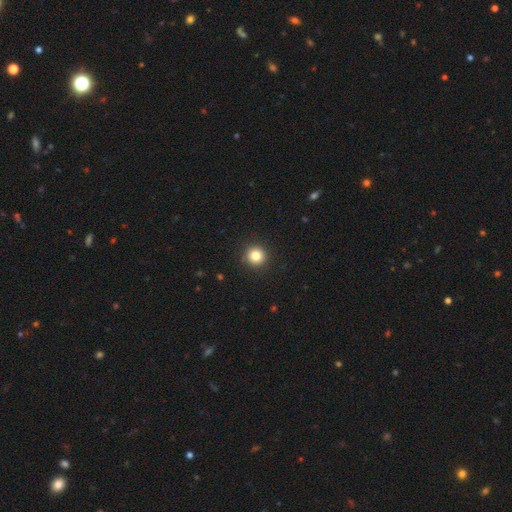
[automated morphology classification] A smooth galaxy with no disk features (84%) that is round (94%). Merging: none (92%).